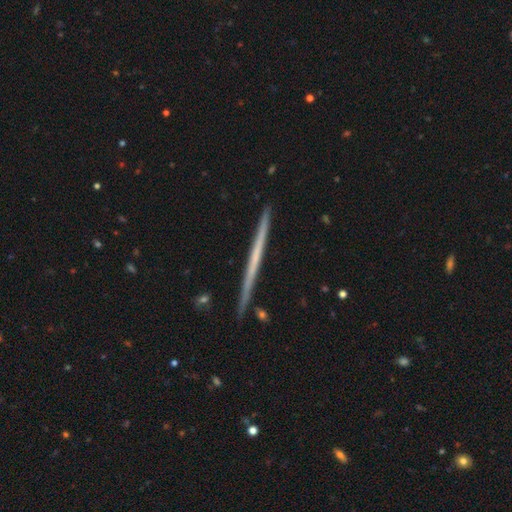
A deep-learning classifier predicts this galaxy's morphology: type=featured or disk (60%); edge-on=yes (98%); edge-on bulge=none (93%); merging=none (91%).